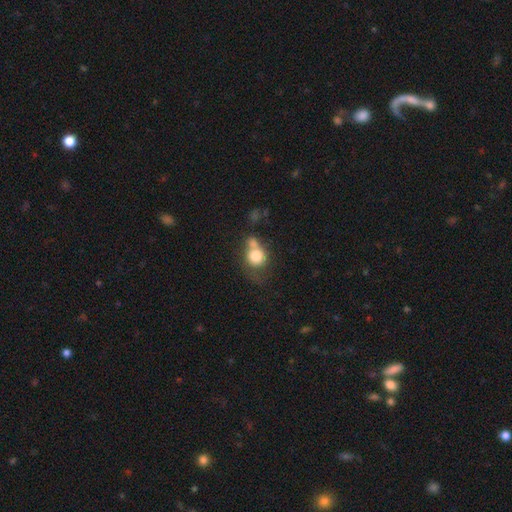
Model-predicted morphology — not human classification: type=smooth (76%); roundness=round (74%); merging=merger (43%).